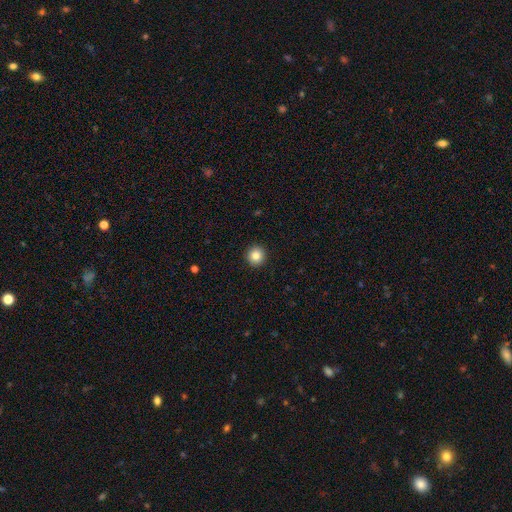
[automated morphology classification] Smooth or featured? Predicted: smooth (p=0.84). How rounded? Predicted: round (p=0.94). Merging? Predicted: none (p=0.93).